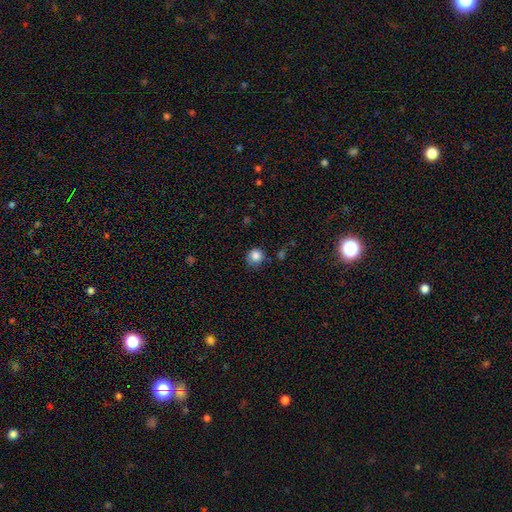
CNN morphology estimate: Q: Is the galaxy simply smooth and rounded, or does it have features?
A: smooth — 84%.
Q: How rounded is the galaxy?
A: round — 90%.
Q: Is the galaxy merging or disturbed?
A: none — 72%.